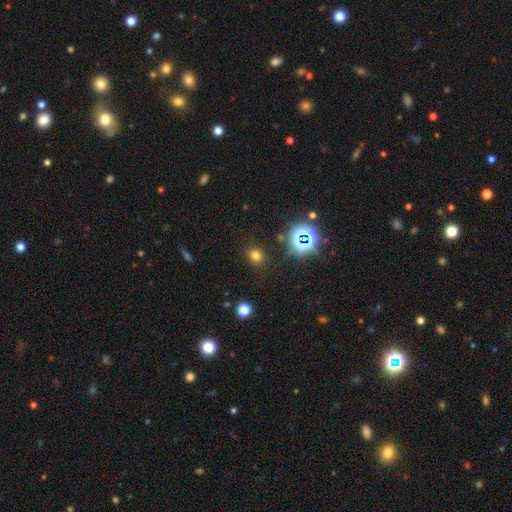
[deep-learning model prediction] Q: Smooth or featured?
A: smooth (69%); runner-up: star or artifact (24%)
Q: How rounded?
A: round (74%); runner-up: in between (25%)
Q: Merging?
A: none (86%); runner-up: minor disturbance (9%)